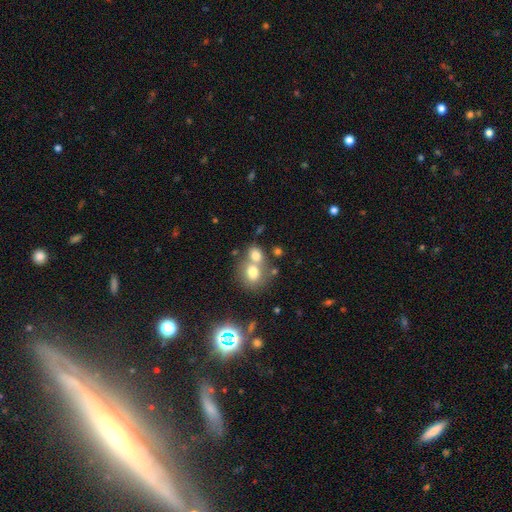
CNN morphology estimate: smooth_or_featured: smooth (p=0.73) [alt: featured or disk p=0.15]
how_rounded: in between (p=0.51) [alt: round p=0.48]
merging: merger (p=0.54) [alt: none p=0.33]